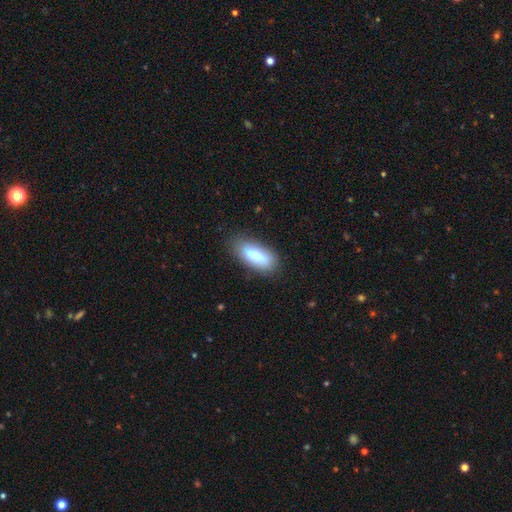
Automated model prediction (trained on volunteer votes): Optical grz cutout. It shows a smooth galaxy with no disk features (77%) that is in between round and cigar-shaped (69%). Merging: none (79%).